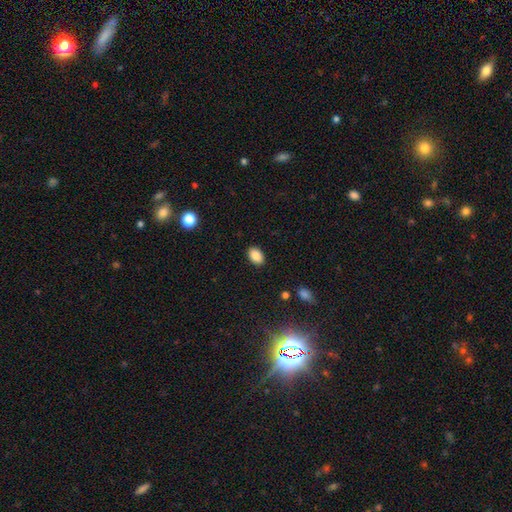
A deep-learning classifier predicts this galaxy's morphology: smooth_or_featured: smooth (p=0.87) [alt: star or artifact p=0.09]
how_rounded: in between (p=0.84) [alt: round p=0.15]
merging: none (p=0.88) [alt: minor disturbance p=0.08]